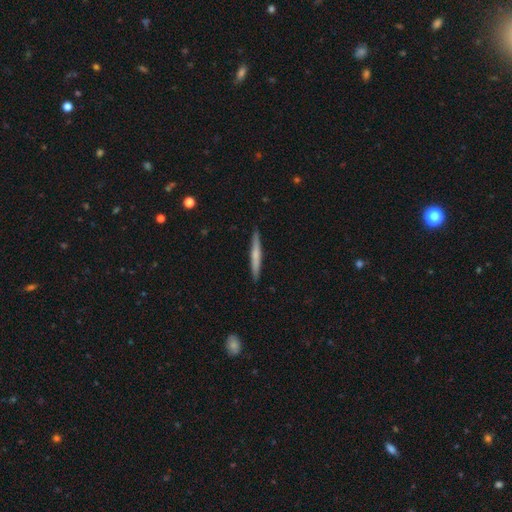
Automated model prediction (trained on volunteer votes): smooth-or-featured: smooth: 56% | featured or disk: 38% | star or artifact: 5%
  how-rounded: cigar-shaped: 96% | in between: 3% | round: 1%
  merging: none: 91% | minor disturbance: 6% | major disturbance: 1% | merger: 1%